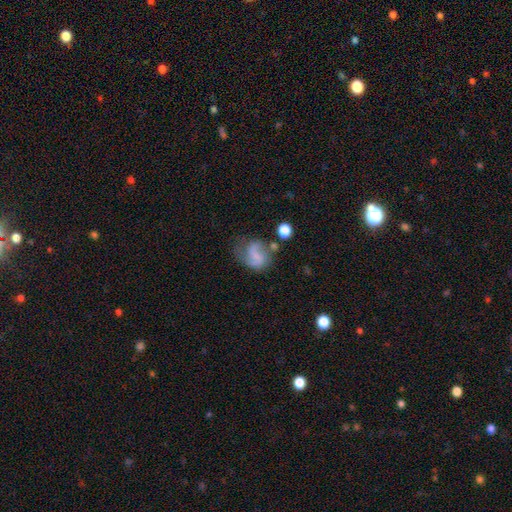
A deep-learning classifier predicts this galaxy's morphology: This appears to be a featured or disk galaxy (55%) with no bar (44%), spiral arms (84%) and no central bulge (55%). Merging: none (44%).